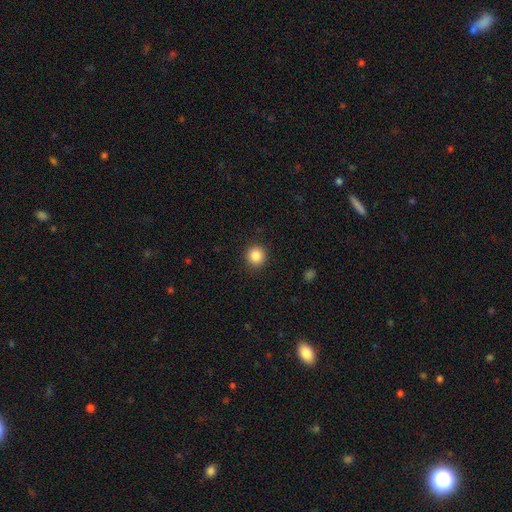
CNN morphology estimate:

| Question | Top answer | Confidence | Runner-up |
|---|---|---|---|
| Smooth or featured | smooth | 86% | star or artifact (10%) |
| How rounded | round | 93% | in between (6%) |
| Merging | none | 91% | minor disturbance (6%) |